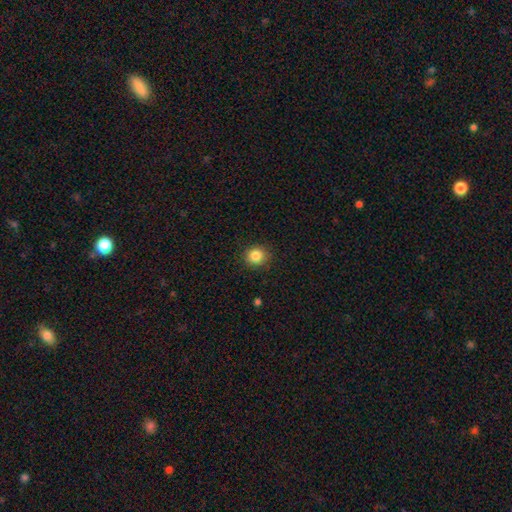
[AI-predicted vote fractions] Smooth or featured? smooth (85%)
How rounded? round (87%)
Merging? none (89%)